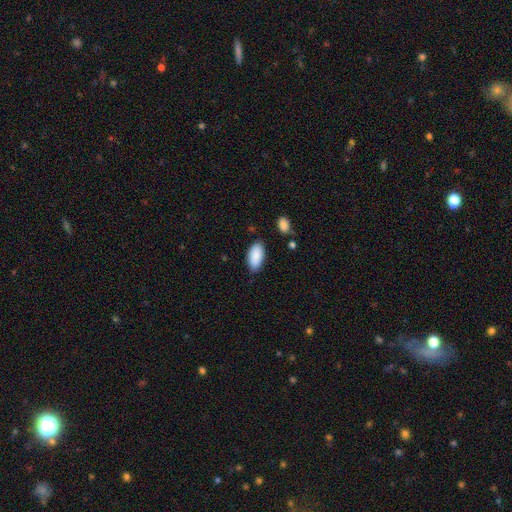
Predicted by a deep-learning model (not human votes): Morphology: type=smooth (89%); roundness=in between (93%); merging=none (83%).